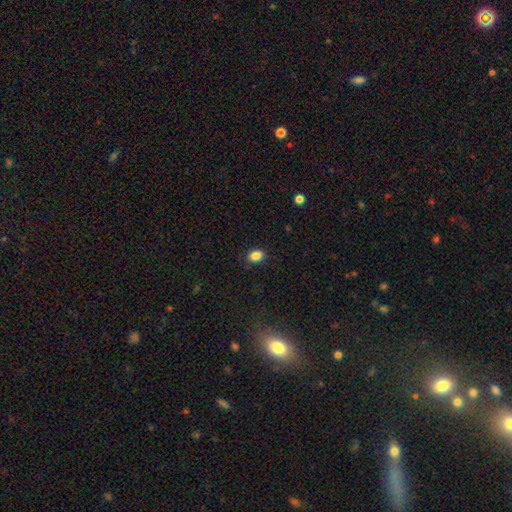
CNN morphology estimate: Q: Smooth or featured?
A: smooth (86%); runner-up: star or artifact (10%)
Q: How rounded?
A: in between (63%); runner-up: round (36%)
Q: Merging?
A: none (87%); runner-up: minor disturbance (9%)